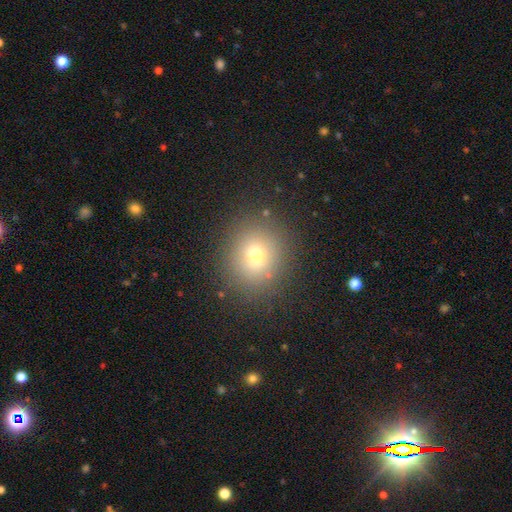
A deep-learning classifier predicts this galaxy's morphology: This appears to be a smooth galaxy with no disk features (71%) that is round (87%). Merging: none (85%).